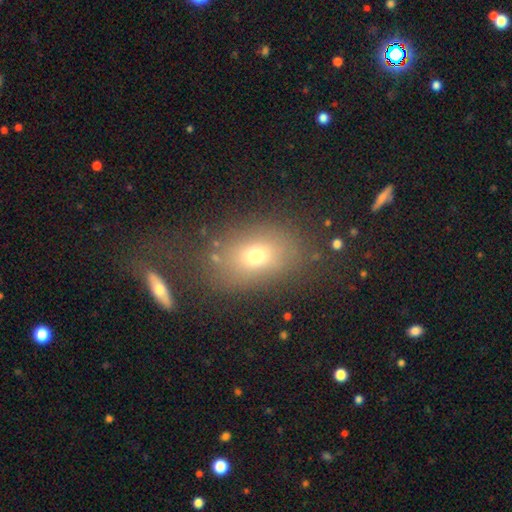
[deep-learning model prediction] The model was most divided on "how rounded": in between: 69%, round: 29%, cigar-shaped: 2%. More confident: merging — none (72%); smooth or featured — smooth (66%).